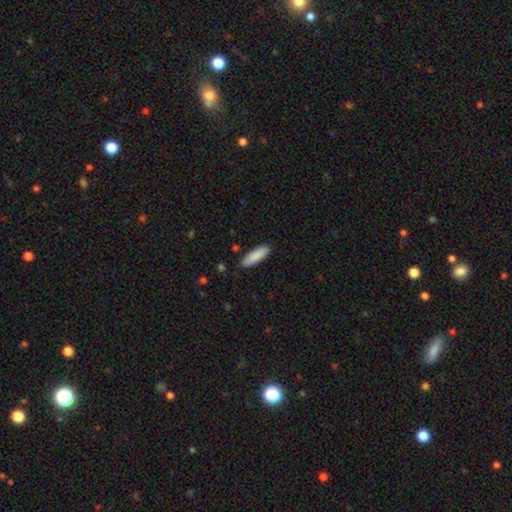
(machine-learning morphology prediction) Smooth or featured? smooth (87%)
How rounded? in between (50%)
Merging? none (86%)